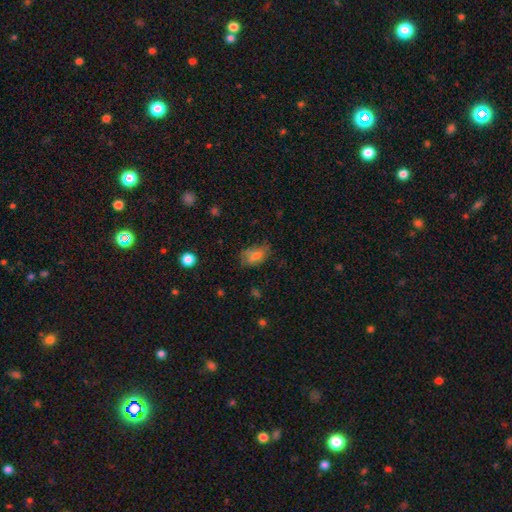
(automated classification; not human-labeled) smooth-or-featured: smooth: 67% | featured or disk: 22% | star or artifact: 11%
  how-rounded: in between: 87% | round: 10% | cigar-shaped: 3%
  merging: none: 56% | minor disturbance: 29% | major disturbance: 13% | merger: 2%